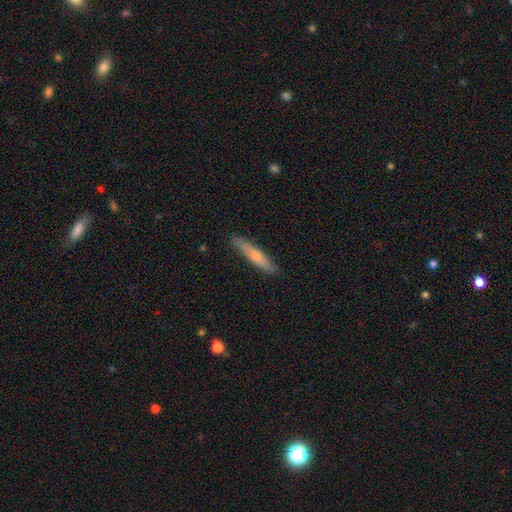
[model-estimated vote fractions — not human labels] Smooth or featured: smooth — 64% (featured or disk — 31%)
How rounded: cigar-shaped — 91% (in between — 7%)
Merging: none — 87% (minor disturbance — 10%)